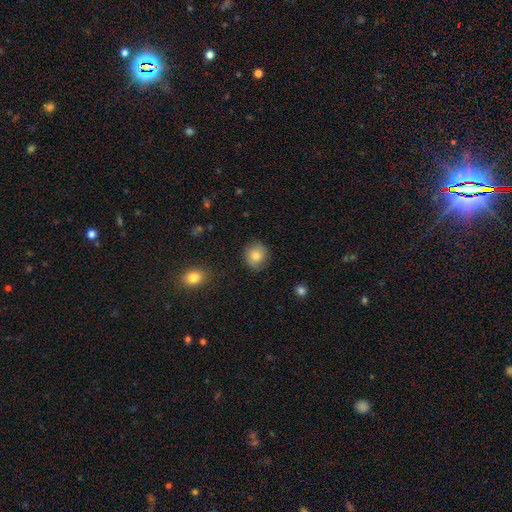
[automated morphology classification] This is likely a smooth galaxy (77%). How rounded: likely round (80%). Merging: clearly none (83%).